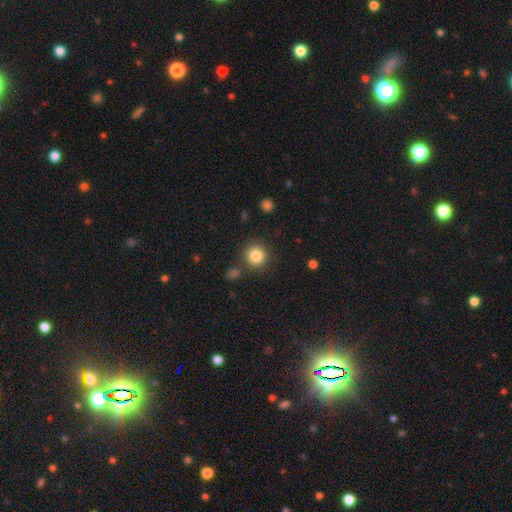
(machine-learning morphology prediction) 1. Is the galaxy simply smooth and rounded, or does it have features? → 85% smooth, 10% star or artifact, 5% featured or disk.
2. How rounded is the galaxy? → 93% round, 6% in between, 1% cigar-shaped.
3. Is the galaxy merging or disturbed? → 85% none, 7% minor disturbance, 5% merger, 3% major disturbance.